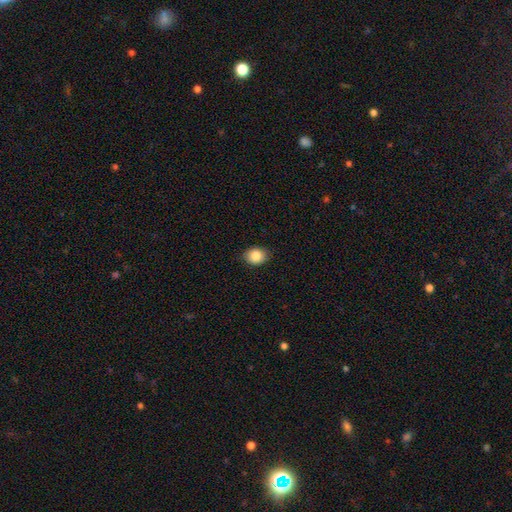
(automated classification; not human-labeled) smooth_or_featured: smooth (p=0.86) [alt: star or artifact p=0.09]
how_rounded: round (p=0.54) [alt: in between p=0.46]
merging: none (p=0.87) [alt: minor disturbance p=0.10]